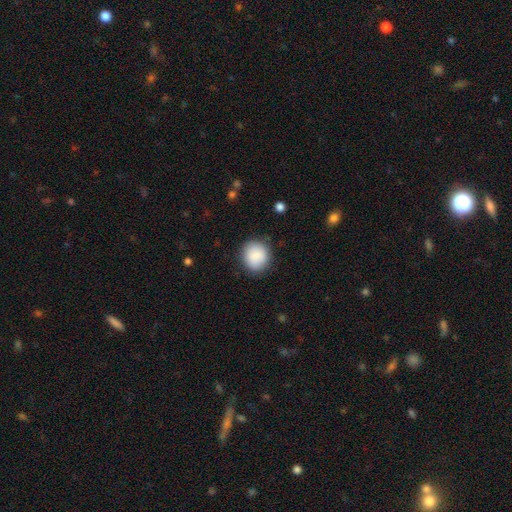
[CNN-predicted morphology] Smooth or featured? Predicted: smooth (p=0.86). How rounded? Predicted: round (p=0.85). Merging? Predicted: none (p=0.86).